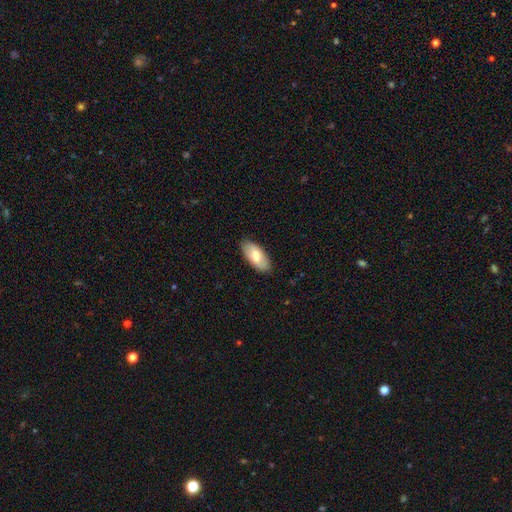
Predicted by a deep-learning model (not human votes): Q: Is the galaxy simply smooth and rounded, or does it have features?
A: smooth — 74%.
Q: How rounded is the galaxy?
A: in between — 90%.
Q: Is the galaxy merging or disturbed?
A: none — 87%.